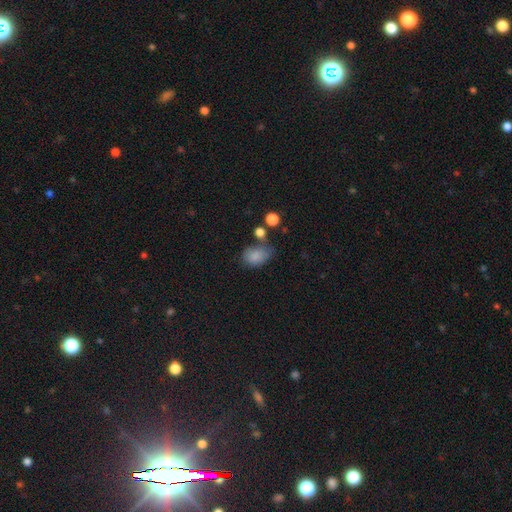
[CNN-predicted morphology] Smooth or featured? smooth (82%)
How rounded? in between (73%)
Merging? none (45%)